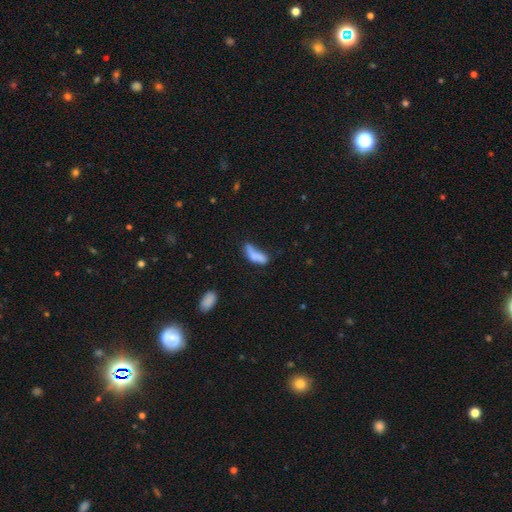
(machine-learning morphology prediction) This is likely a smooth galaxy (72%). How rounded: possibly in between (60%). Merging: marginally none (30%).